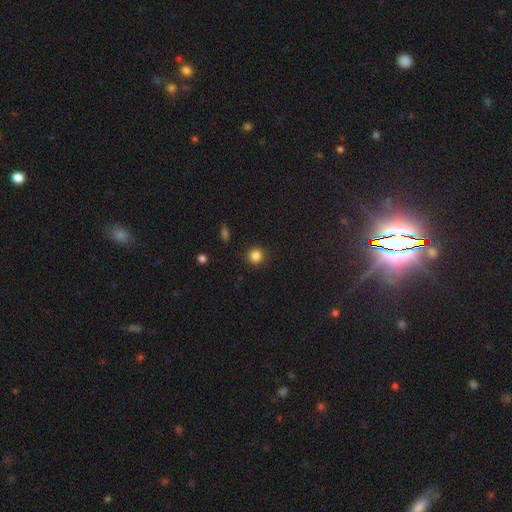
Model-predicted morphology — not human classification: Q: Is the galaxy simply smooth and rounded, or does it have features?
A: smooth — 85%.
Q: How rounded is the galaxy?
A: round — 92%.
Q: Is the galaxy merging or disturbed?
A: none — 90%.